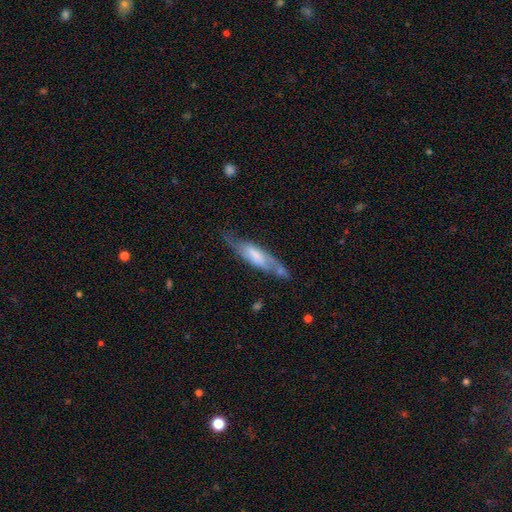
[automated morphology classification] A featured or disk galaxy (53%).

Vote fractions:
- Smooth or featured? featured or disk: 53% / smooth: 41% / star or artifact: 6%
- Edge-on disk? no: 57% / yes: 43%
- Merging? none: 57% / minor disturbance: 26% / major disturbance: 11% / merger: 5%